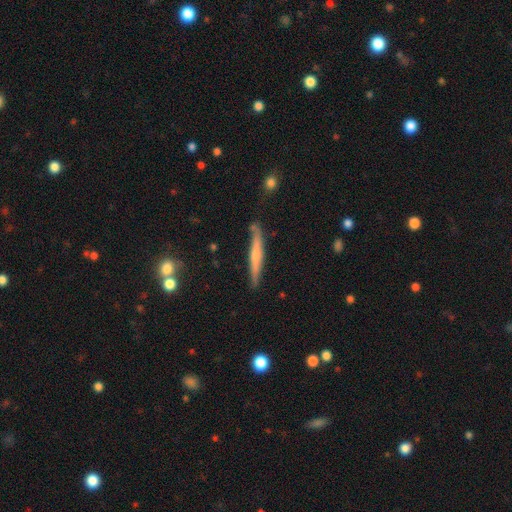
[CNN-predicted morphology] Q: Smooth or featured?
A: featured or disk (51%); runner-up: smooth (44%)
Q: Edge-on disk?
A: yes (94%); runner-up: no (6%)
Q: Merging?
A: none (79%); runner-up: minor disturbance (15%)